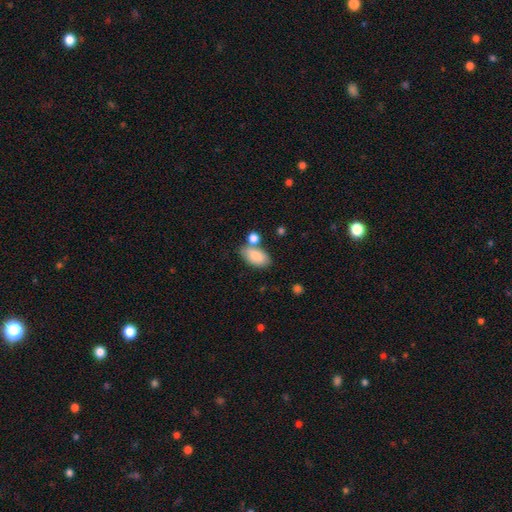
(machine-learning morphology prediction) type=smooth (84%); roundness=in between (93%); merging=none (58%).